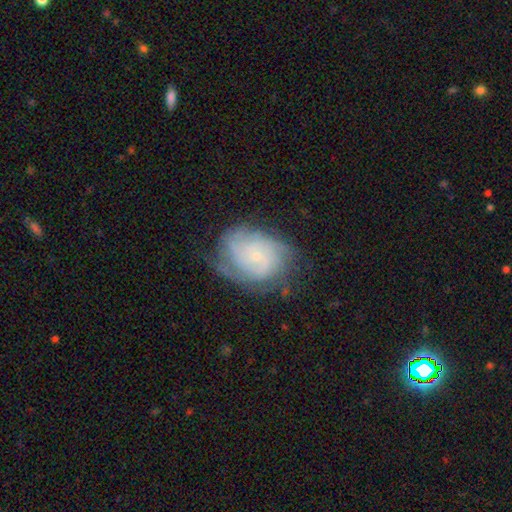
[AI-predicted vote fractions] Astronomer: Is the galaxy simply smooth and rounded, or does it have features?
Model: featured or disk — 75%.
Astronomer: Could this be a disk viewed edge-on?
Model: no — 97%.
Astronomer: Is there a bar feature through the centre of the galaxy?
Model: no — 76%.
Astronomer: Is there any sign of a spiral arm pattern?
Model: yes — 92%.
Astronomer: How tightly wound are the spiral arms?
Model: tight — 63%.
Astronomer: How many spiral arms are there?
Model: can't tell — 41% (runner-up: 3, 18%).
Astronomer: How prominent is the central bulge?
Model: small — 80%.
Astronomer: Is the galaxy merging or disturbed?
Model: none — 62%.